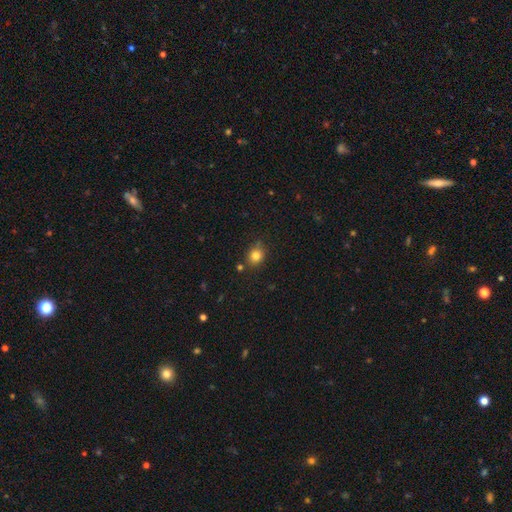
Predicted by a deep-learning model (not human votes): Smooth or featured?
  - smooth: 82% *
  - star or artifact: 12%
  - featured or disk: 6%
How rounded?
  - round: 74% *
  - in between: 25%
  - cigar-shaped: 1%
Merging?
  - none: 79% *
  - minor disturbance: 12%
  - merger: 6%
  - major disturbance: 3%